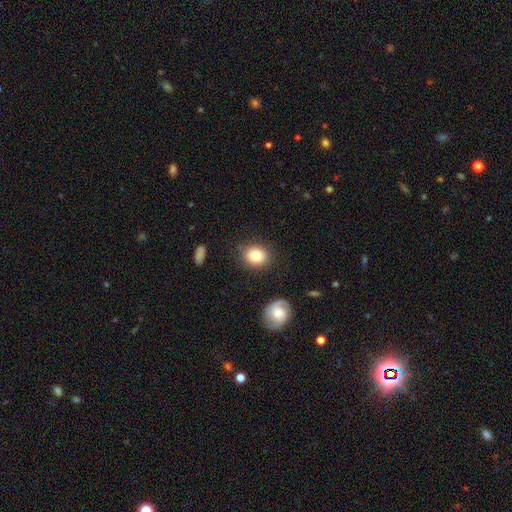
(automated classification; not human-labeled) The model was most divided on "how rounded": round: 64%, in between: 35%, cigar-shaped: 1%. More confident: merging — none (82%); smooth or featured — smooth (81%).